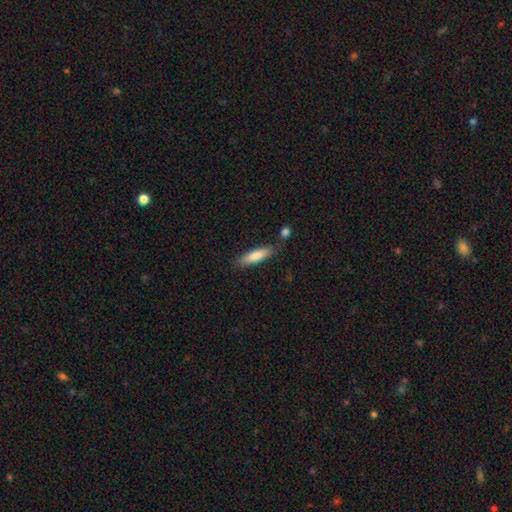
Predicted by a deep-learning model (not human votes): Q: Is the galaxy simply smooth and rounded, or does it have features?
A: smooth — 79%.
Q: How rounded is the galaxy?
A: cigar-shaped — 72%.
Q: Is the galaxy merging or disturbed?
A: none — 74%.